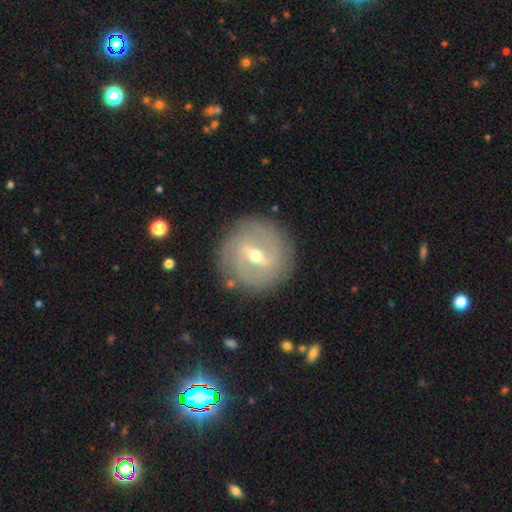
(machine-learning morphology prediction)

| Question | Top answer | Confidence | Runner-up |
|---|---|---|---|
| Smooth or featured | featured or disk | 80% | smooth (14%) |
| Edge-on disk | no | 93% | yes (7%) |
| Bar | strong | 46% | weak (44%) |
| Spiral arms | yes | 82% | no (18%) |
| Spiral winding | tight | 47% | medium (34%) |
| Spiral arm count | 2 | 51% | can't tell (25%) |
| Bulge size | moderate | 59% | small (37%) |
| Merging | none | 85% | minor disturbance (10%) |